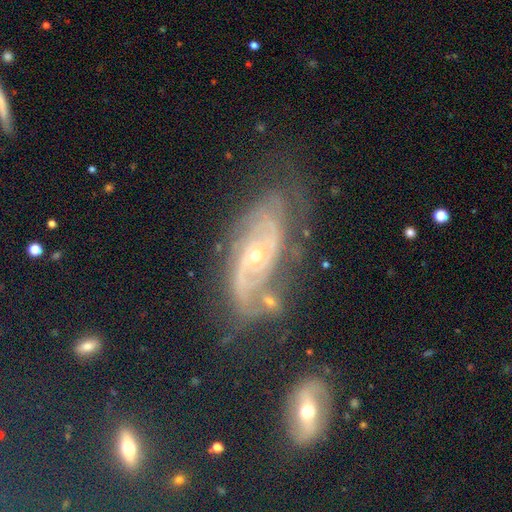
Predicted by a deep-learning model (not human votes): smooth-or-featured: featured or disk: 81% | star or artifact: 10% | smooth: 9%
  disk-edge-on: no: 93% | yes: 7%
    bar: no: 65% | weak: 27% | strong: 8%
    has-spiral-arms: yes: 92% | no: 8%
      spiral-winding: tight: 47% | medium: 38% | loose: 15%
      spiral-arm-count: 2: 54% | can't tell: 24% | 3: 9% | 1: 5% | 4: 4% | more than 4: 4%
    bulge-size: small: 66% | moderate: 30% | large: 1% | none: 1% | dominant: 1%
  merging: none: 53% | minor disturbance: 24% | major disturbance: 15% | merger: 8%